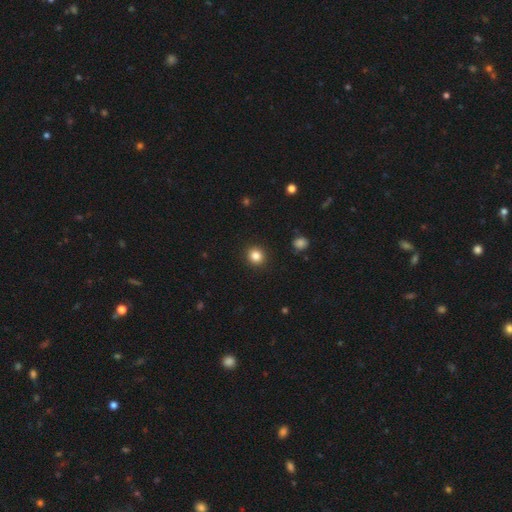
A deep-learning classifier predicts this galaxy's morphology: This is clearly a smooth galaxy (84%). How rounded: clearly round (90%). Merging: clearly none (92%).